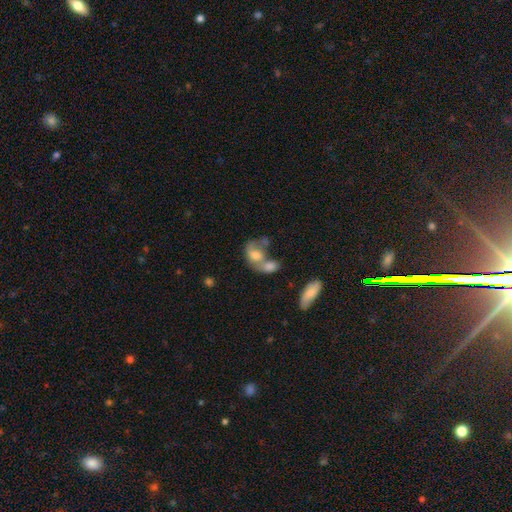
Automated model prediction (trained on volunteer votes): Q: Smooth or featured?
A: smooth (59%); runner-up: featured or disk (32%)
Q: How rounded?
A: in between (76%); runner-up: round (22%)
Q: Merging?
A: merger (58%); runner-up: none (20%)